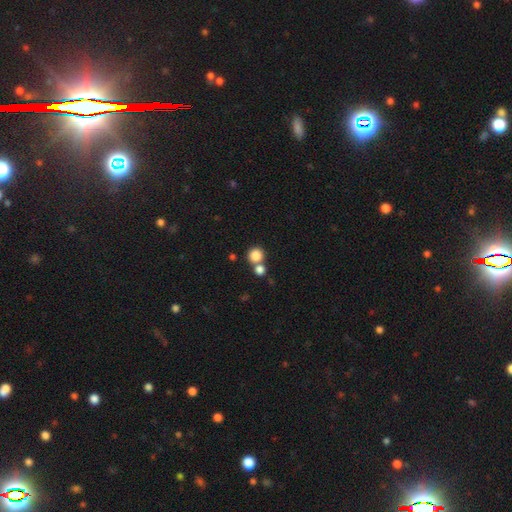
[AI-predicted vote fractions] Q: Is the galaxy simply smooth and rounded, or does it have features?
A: smooth — 84%.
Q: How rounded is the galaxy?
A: round — 92%.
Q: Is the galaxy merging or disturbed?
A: none — 60%.